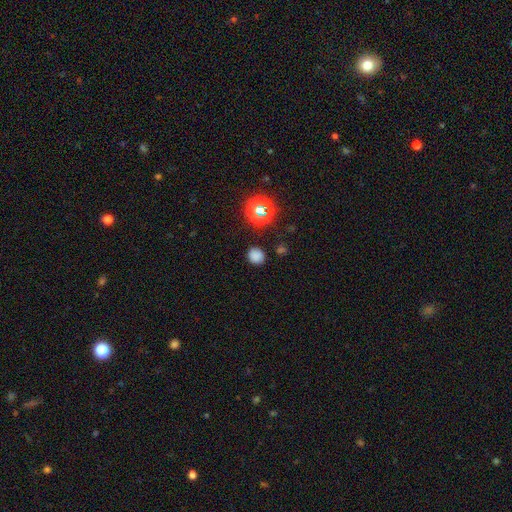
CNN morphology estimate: This appears to be a smooth galaxy with no disk features (75%) that is round (81%). Merging: none (85%).